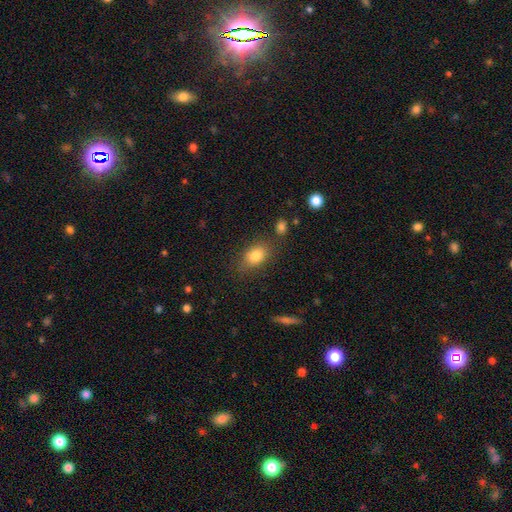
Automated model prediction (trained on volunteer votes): A smooth galaxy with no disk features (82%) that is in between round and cigar-shaped (77%).

Vote fractions:
- Smooth or featured? smooth: 82% / star or artifact: 9% / featured or disk: 9%
- How rounded? in between: 77% / round: 21% / cigar-shaped: 2%
- Merging? none: 75% / minor disturbance: 16% / major disturbance: 5% / merger: 4%